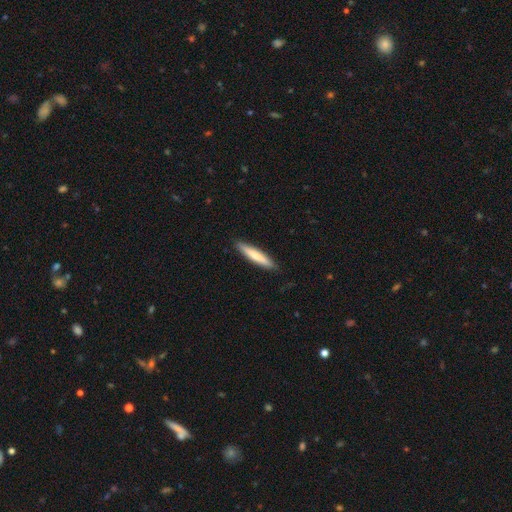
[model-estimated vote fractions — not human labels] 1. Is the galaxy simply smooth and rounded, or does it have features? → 71% smooth, 24% featured or disk, 5% star or artifact.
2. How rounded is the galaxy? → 91% cigar-shaped, 8% in between, 1% round.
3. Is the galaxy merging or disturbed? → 88% none, 9% minor disturbance, 2% major disturbance, 1% merger.